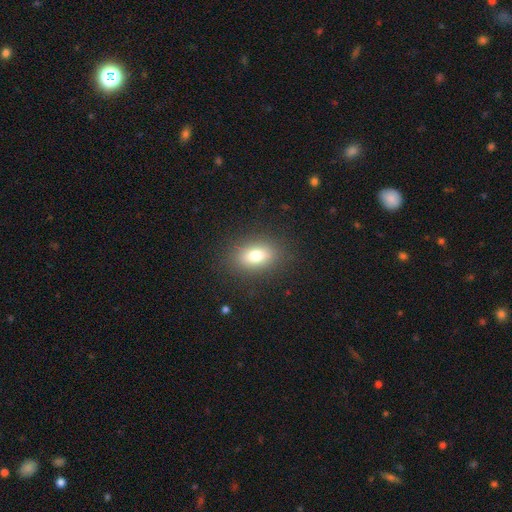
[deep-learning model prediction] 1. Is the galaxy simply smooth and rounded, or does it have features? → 77% smooth, 11% featured or disk, 11% star or artifact.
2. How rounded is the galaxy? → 77% in between, 20% round, 3% cigar-shaped.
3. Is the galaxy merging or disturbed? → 86% none, 9% minor disturbance, 4% major disturbance, 1% merger.